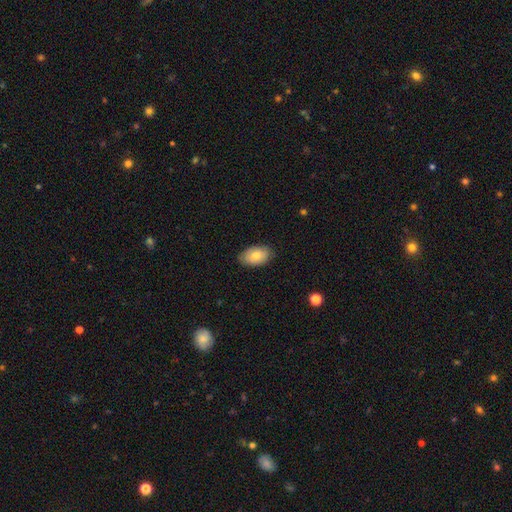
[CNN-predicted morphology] Q: Smooth or featured?
A: smooth (77%); runner-up: featured or disk (17%)
Q: How rounded?
A: in between (92%); runner-up: round (7%)
Q: Merging?
A: none (83%); runner-up: minor disturbance (14%)